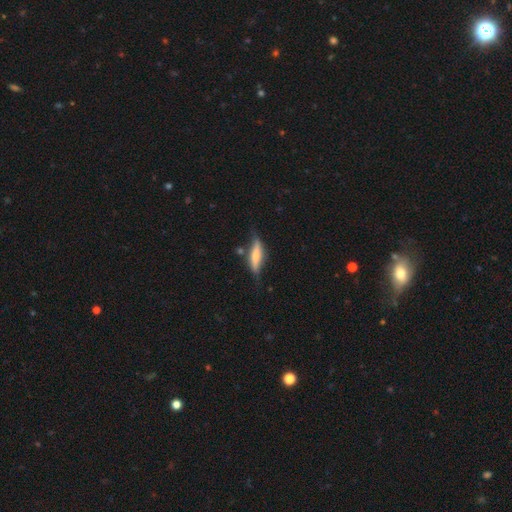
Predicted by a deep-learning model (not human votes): The model was most divided on "smooth or featured": smooth: 49%, featured or disk: 44%, star or artifact: 6%. More confident: merging — none (61%).